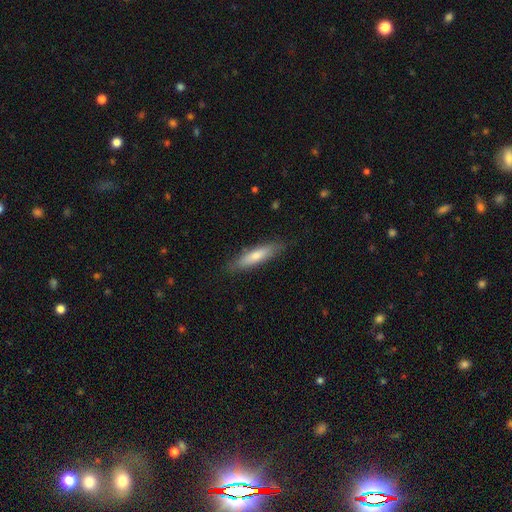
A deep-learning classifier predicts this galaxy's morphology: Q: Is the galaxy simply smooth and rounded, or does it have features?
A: smooth — 66%.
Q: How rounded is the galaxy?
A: cigar-shaped — 73%.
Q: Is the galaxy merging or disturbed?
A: none — 84%.